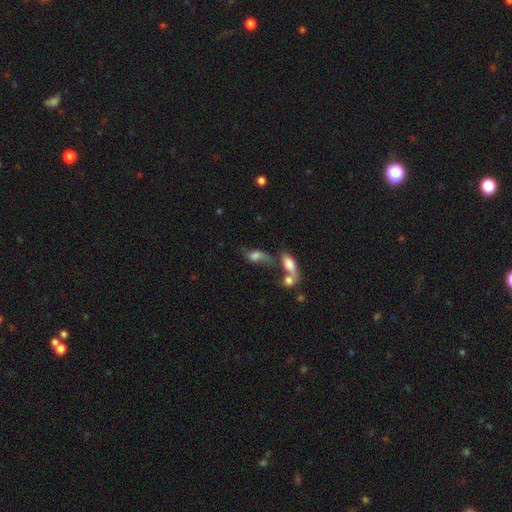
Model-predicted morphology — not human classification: Smooth or featured: smooth — 55% (featured or disk — 33%)
How rounded: in between — 79% (cigar-shaped — 12%)
Merging: merger — 35% (none — 31%)